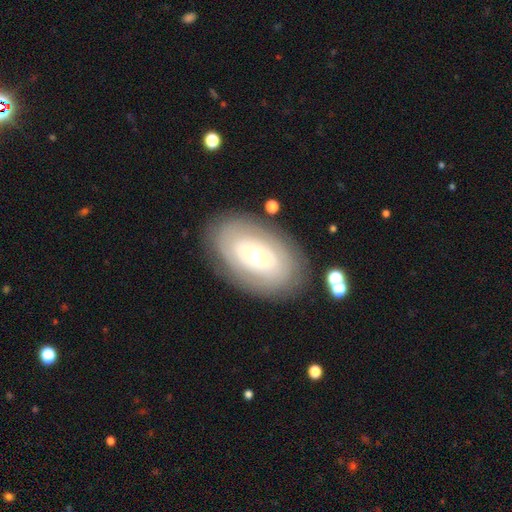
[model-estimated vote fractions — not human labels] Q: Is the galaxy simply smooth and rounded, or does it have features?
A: featured or disk — 61%.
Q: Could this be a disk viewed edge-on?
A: no — 92%.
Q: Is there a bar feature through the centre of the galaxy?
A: no — 84%.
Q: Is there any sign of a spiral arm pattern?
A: no — 64%.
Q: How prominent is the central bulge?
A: moderate — 55%.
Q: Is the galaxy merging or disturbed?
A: none — 81%.